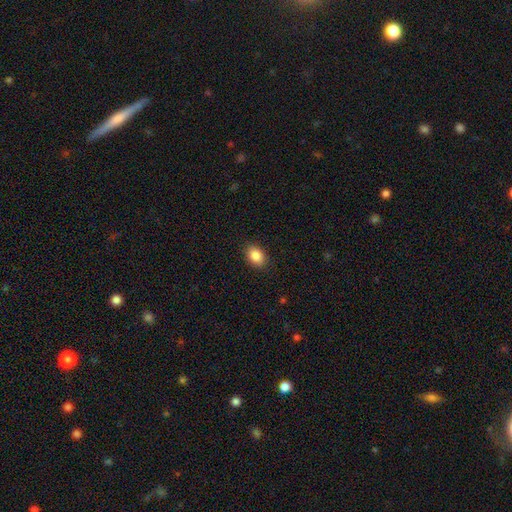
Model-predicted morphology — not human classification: This appears to be a smooth galaxy with no disk features (86%) that is in between round and cigar-shaped (77%). Merging: none (88%).